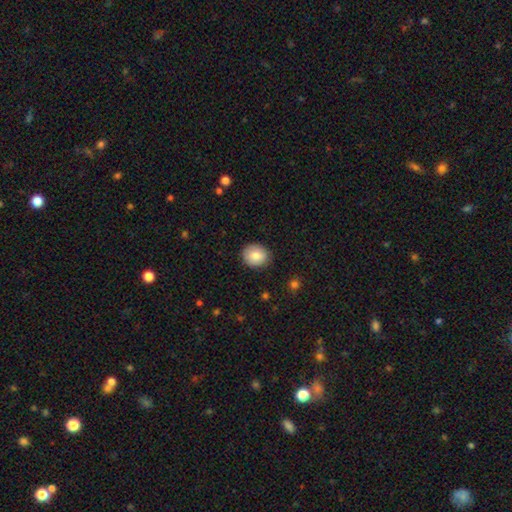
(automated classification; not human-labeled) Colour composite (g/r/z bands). It shows a smooth galaxy with no disk features (82%) that is round (72%). Merging: none (87%).